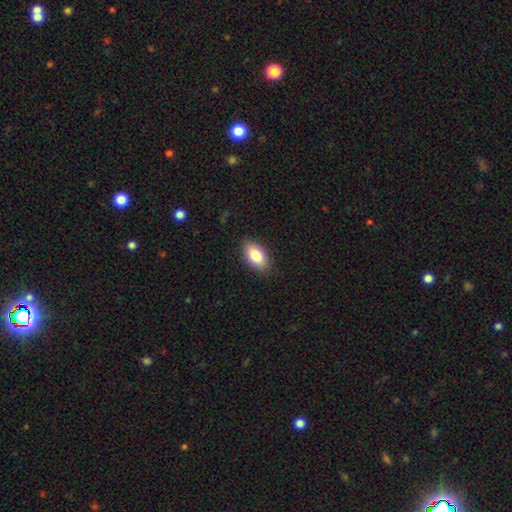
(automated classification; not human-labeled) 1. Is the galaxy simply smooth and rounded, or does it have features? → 82% smooth, 10% featured or disk, 7% star or artifact.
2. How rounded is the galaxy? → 92% in between, 5% round, 3% cigar-shaped.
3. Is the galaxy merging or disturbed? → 88% none, 9% minor disturbance, 2% major disturbance, 1% merger.